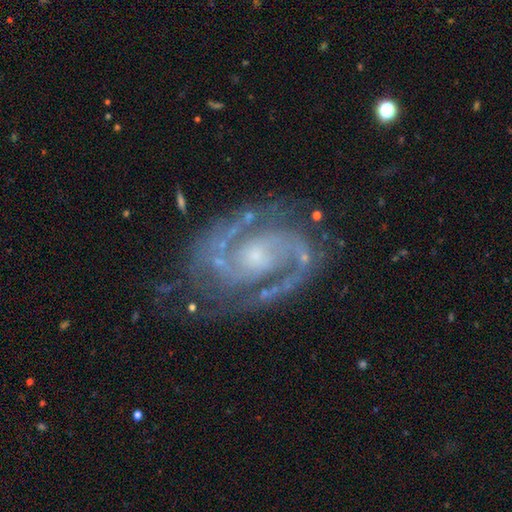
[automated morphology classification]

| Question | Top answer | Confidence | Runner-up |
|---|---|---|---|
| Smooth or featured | featured or disk | 92% | star or artifact (5%) |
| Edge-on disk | no | 98% | yes (2%) |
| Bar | no | 54% | weak (36%) |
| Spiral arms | yes | 98% | no (2%) |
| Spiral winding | medium | 48% | tight (45%) |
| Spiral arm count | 2 | 89% | can't tell (3%) |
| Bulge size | small | 58% | moderate (31%) |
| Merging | none | 76% | minor disturbance (16%) |